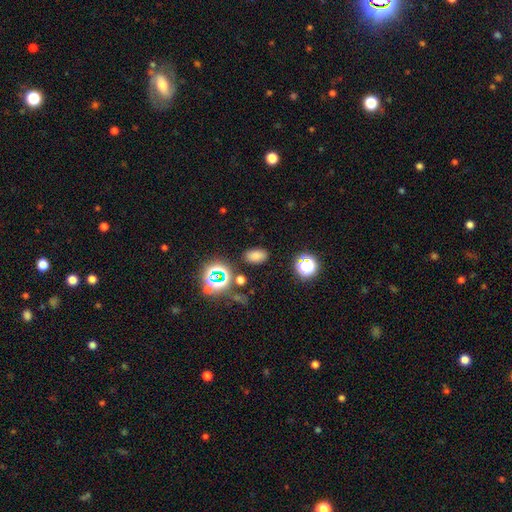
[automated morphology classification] This appears to be a smooth galaxy with no disk features (74%) that is in between round and cigar-shaped (87%). Merging: none (84%).